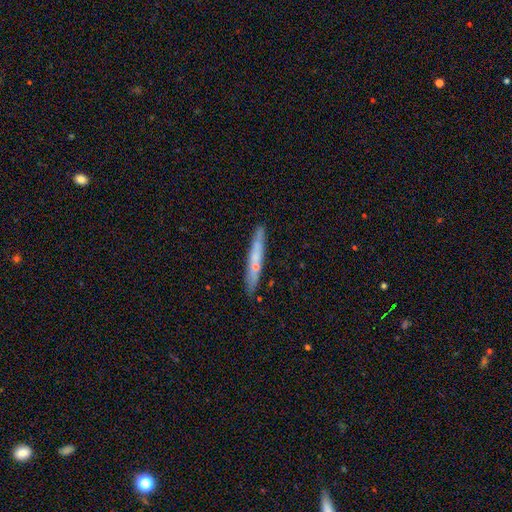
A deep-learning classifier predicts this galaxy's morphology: featured or disk 47%, smooth 46%, star or artifact 7%. Down the decision tree: merging — none (83%).